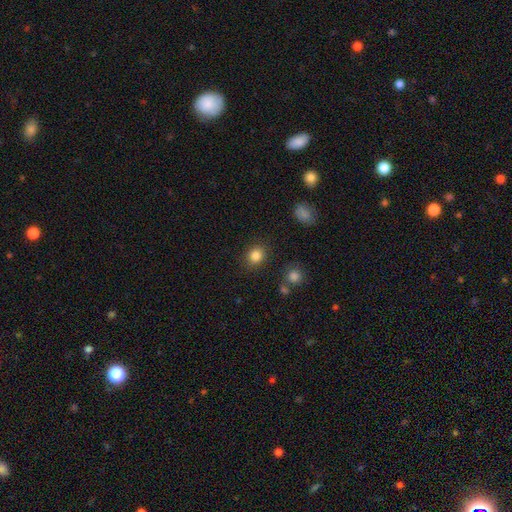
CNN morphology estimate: A smooth galaxy with no disk features (84%) that is round (73%). Merging: none (85%).